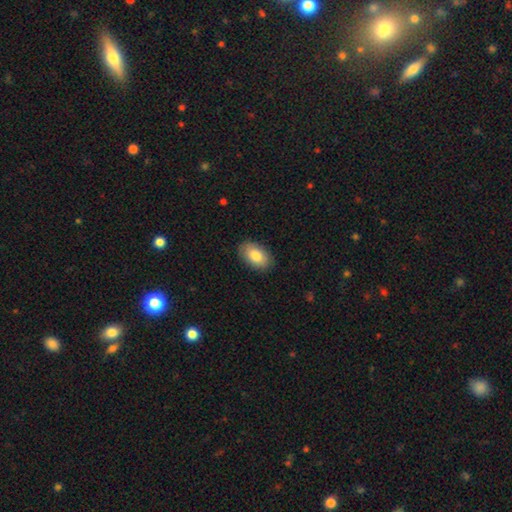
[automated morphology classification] smooth-or-featured: smooth: 81% | featured or disk: 12% | star or artifact: 6%
  how-rounded: in between: 92% | round: 7% | cigar-shaped: 1%
  merging: none: 88% | minor disturbance: 9% | major disturbance: 2% | merger: 1%